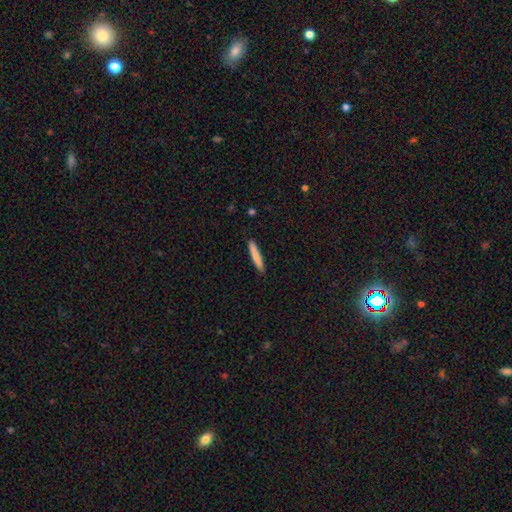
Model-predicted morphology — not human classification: smooth-or-featured: smooth: 82% | featured or disk: 12% | star or artifact: 6%
  how-rounded: cigar-shaped: 94% | in between: 5% | round: 1%
  merging: none: 90% | minor disturbance: 7% | major disturbance: 2% | merger: 1%